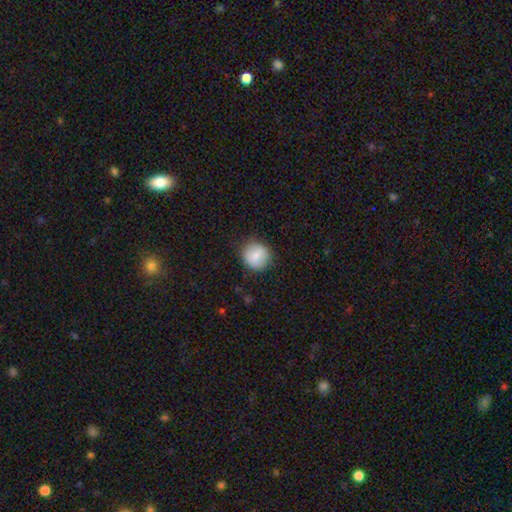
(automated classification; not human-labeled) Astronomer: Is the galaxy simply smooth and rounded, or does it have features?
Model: smooth — 82%.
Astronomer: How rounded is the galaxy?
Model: round — 88%.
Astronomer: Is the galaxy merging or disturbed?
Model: none — 83%.